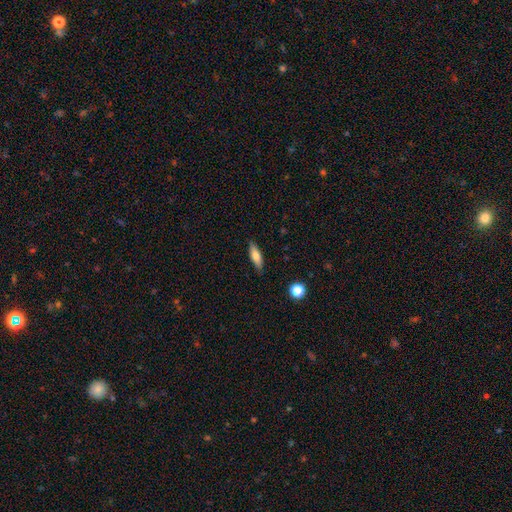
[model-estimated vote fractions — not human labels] Smooth or featured? smooth (71%)
How rounded? in between (50%)
Merging? none (85%)